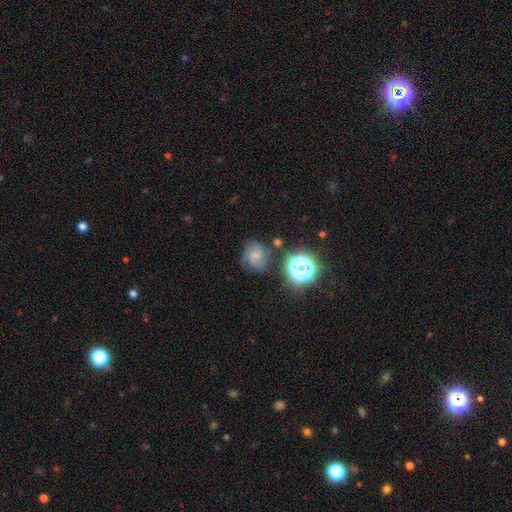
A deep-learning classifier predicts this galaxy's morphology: Smooth or featured?
  - smooth: 41% *
  - featured or disk: 40%
  - star or artifact: 20%
Merging?
  - none: 58% *
  - minor disturbance: 23%
  - major disturbance: 12%
  - merger: 7%